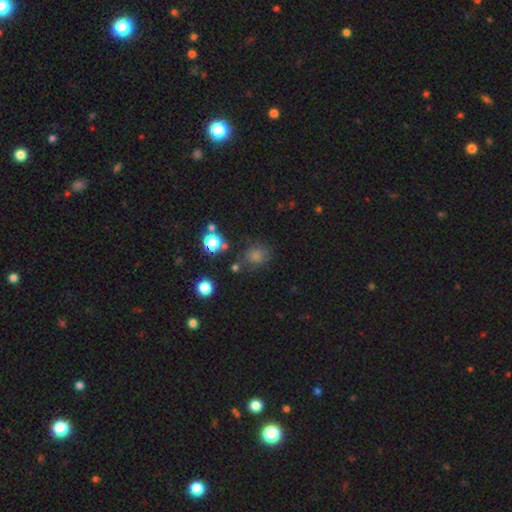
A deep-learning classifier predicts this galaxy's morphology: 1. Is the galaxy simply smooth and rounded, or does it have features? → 64% smooth, 28% star or artifact, 8% featured or disk.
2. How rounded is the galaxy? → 79% round, 19% in between, 1% cigar-shaped.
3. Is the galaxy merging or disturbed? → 77% none, 13% minor disturbance, 5% merger, 5% major disturbance.